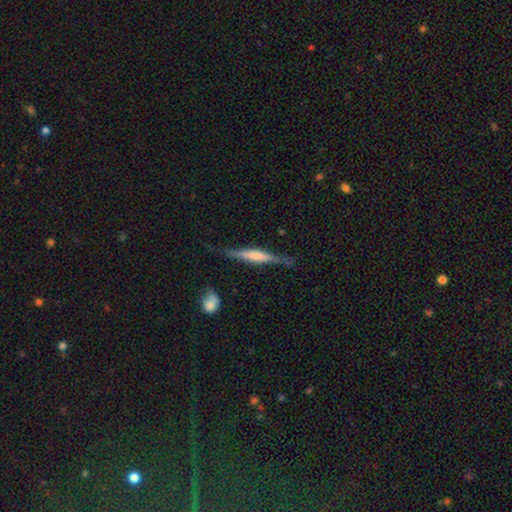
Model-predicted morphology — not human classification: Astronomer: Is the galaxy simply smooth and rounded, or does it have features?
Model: featured or disk — 55% (runner-up: smooth, 39%).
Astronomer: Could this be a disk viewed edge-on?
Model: yes — 95%.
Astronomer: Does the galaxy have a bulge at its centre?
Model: rounded — 37% (runner-up: boxy, 33%).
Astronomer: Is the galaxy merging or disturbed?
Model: none — 74%.